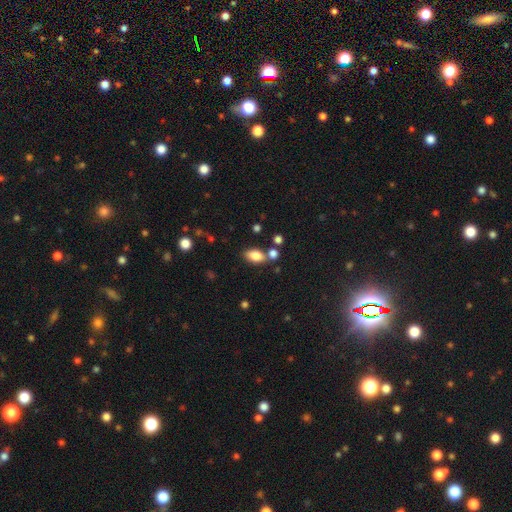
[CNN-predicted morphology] The model was most divided on "merging": none: 66%, merger: 16%, minor disturbance: 14%, major disturbance: 4%. More confident: how rounded — in between (88%); smooth or featured — smooth (82%).